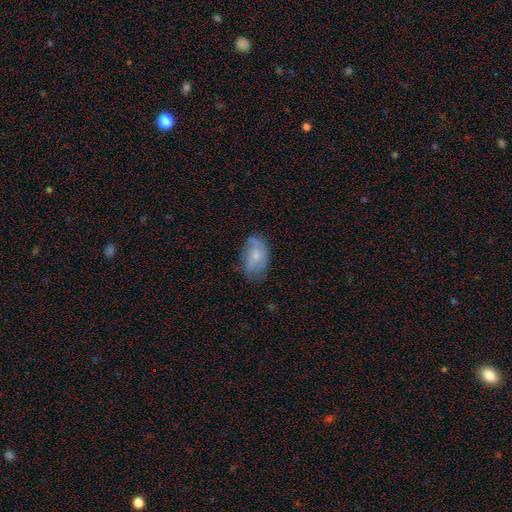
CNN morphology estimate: Q: Smooth or featured?
A: featured or disk (46%); tied with: smooth (46%)
Q: Merging?
A: none (59%); runner-up: minor disturbance (28%)